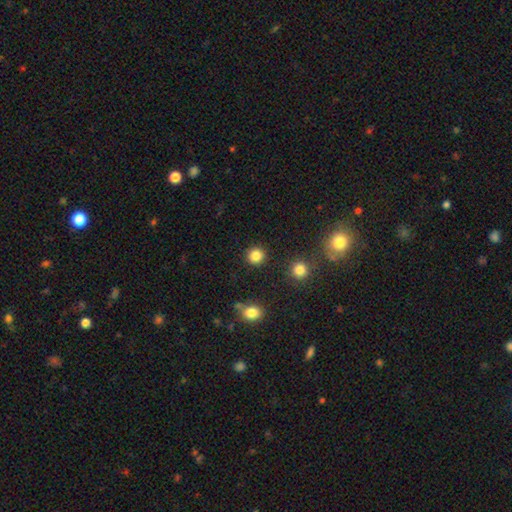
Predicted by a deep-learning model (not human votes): The model was most divided on "smooth or featured": smooth: 85%, star or artifact: 12%, featured or disk: 4%. More confident: how rounded — round (93%); merging — none (90%).